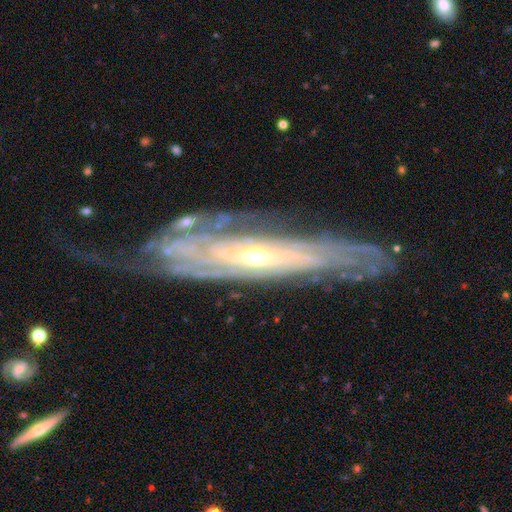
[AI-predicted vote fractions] Smooth or featured? featured or disk (85%)
Edge-on disk? no (69%)
Bar? no (60%)
Spiral arms? yes (89%)
Spiral winding? tight (71%)
Spiral arm count? can't tell (58%)
Bulge size? small (67%)
Merging? none (58%)